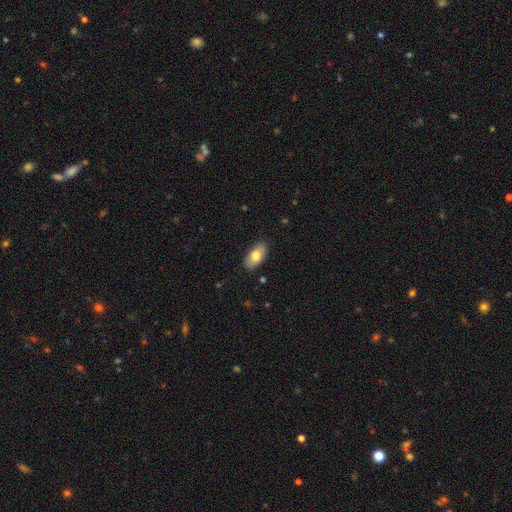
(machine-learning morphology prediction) This is likely a smooth galaxy (78%). How rounded: clearly in between (94%). Merging: clearly none (85%).